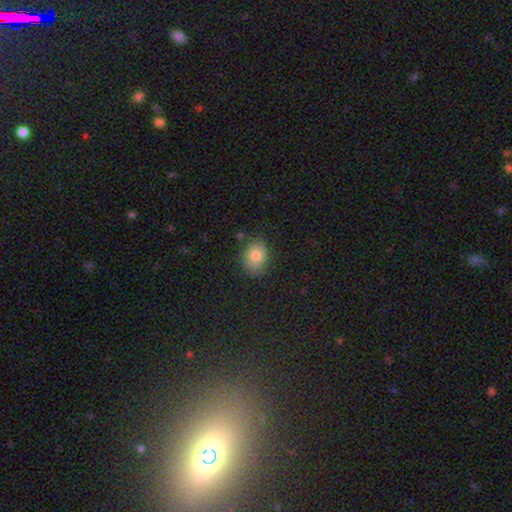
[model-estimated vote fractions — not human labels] Morphology: type=smooth (77%); roundness=in between (62%); merging=none (77%).